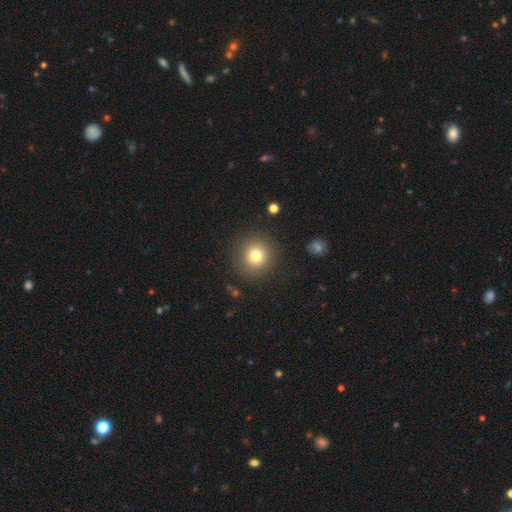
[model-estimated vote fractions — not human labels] Smooth or featured: smooth — 78% (star or artifact — 12%)
How rounded: round — 93% (in between — 6%)
Merging: none — 88% (minor disturbance — 7%)